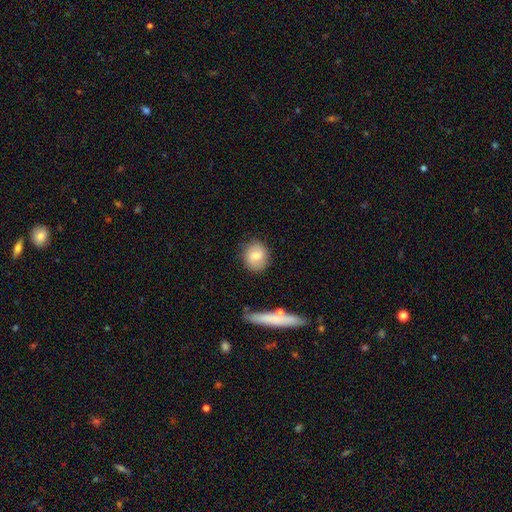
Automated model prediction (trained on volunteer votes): A smooth galaxy with no disk features (72%) that is round (79%). Merging: none (83%).